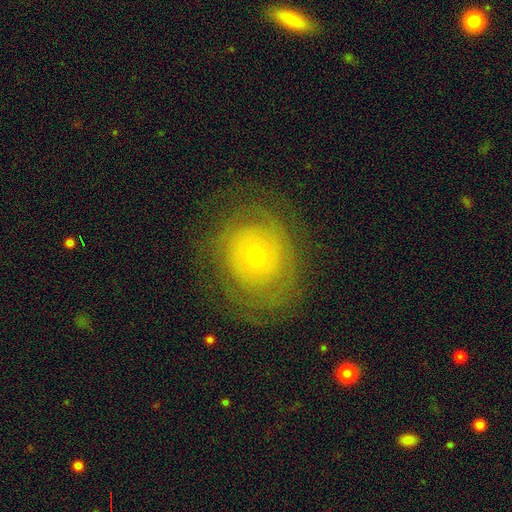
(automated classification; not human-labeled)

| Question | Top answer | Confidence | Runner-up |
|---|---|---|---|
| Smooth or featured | featured or disk | 57% | smooth (32%) |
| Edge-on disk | no | 96% | yes (4%) |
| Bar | no | 86% | weak (11%) |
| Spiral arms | yes | 63% | no (37%) |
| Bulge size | small | 75% | moderate (21%) |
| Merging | none | 74% | minor disturbance (15%) |